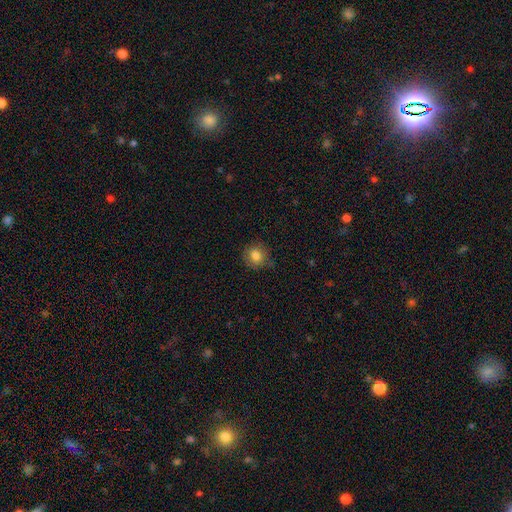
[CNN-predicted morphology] Q: Smooth or featured?
A: smooth (82%); runner-up: star or artifact (10%)
Q: How rounded?
A: round (85%); runner-up: in between (14%)
Q: Merging?
A: none (80%); runner-up: minor disturbance (16%)